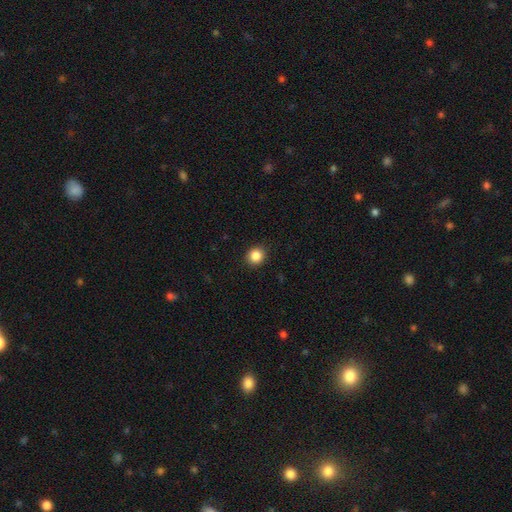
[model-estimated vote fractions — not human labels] Overall: smooth (86%). How rounded: round (89%). Merging: none (92%).